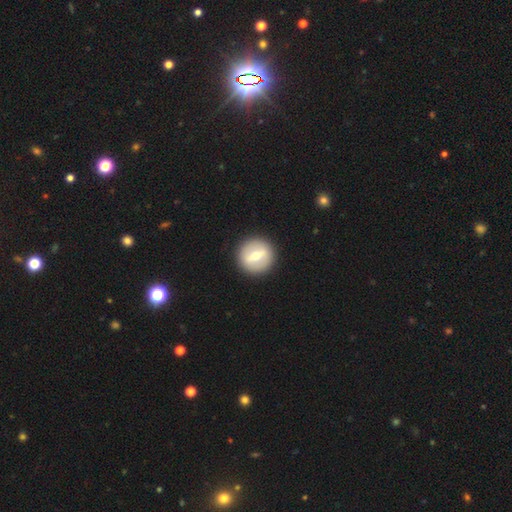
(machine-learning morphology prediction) smooth-or-featured: featured or disk: 48% | smooth: 46% | star or artifact: 6%
  merging: none: 91% | minor disturbance: 6% | major disturbance: 2% | merger: 1%